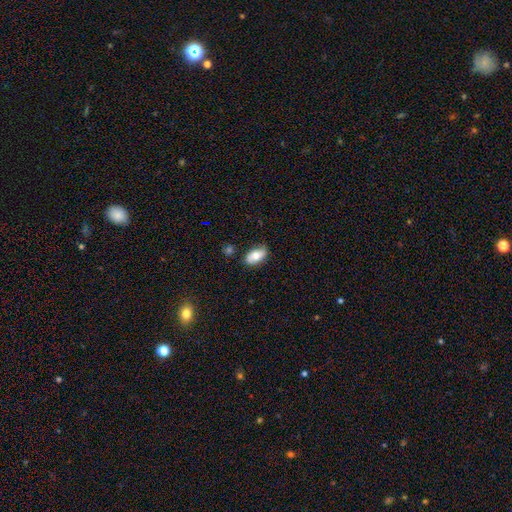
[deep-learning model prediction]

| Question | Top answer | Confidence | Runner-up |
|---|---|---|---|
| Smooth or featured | smooth | 66% | featured or disk (27%) |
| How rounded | in between | 92% | round (4%) |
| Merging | none | 79% | minor disturbance (16%) |